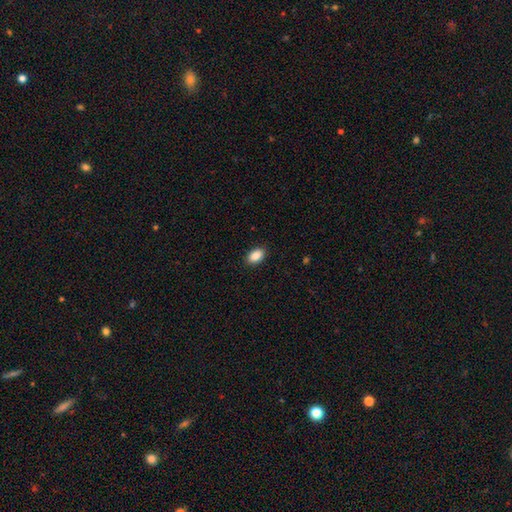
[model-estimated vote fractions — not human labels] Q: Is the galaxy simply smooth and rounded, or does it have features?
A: smooth — 89%.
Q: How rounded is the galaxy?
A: in between — 92%.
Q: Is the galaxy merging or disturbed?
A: none — 90%.